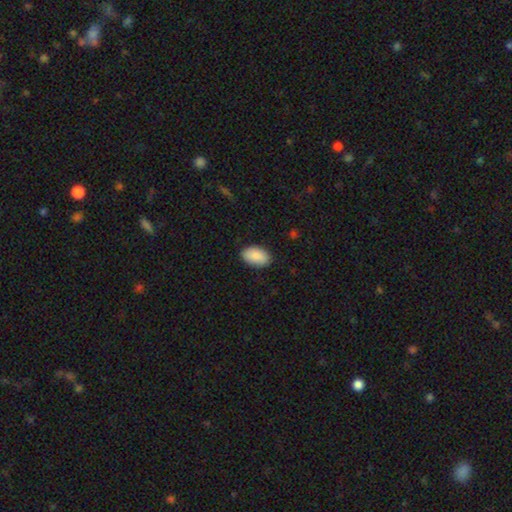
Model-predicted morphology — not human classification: Smooth or featured? smooth (90%)
How rounded? in between (94%)
Merging? none (86%)